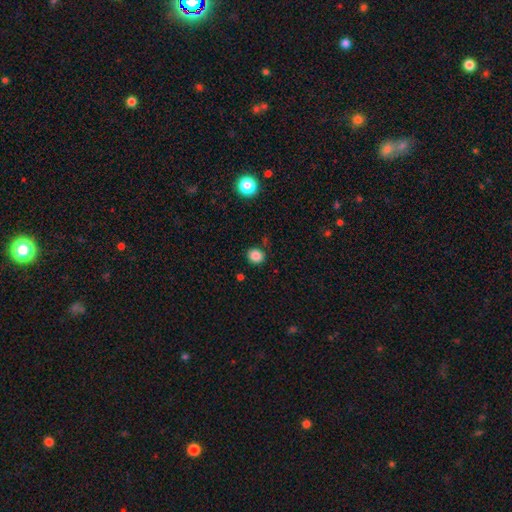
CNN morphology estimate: Overall: smooth (85%). How rounded: round (81%). Merging: none (85%).